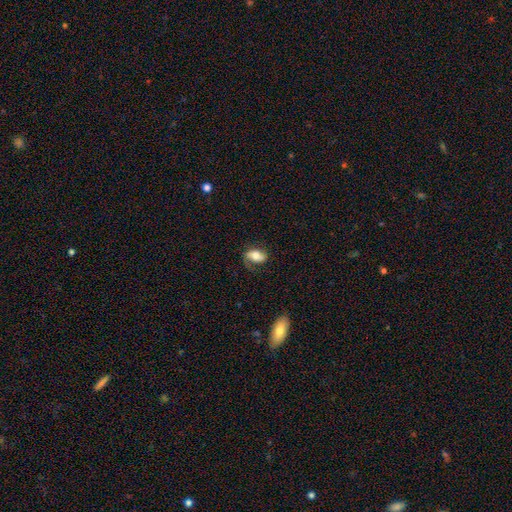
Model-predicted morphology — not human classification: This appears to be a smooth galaxy with no disk features (51%) that is in between round and cigar-shaped (86%). Merging: none (59%).